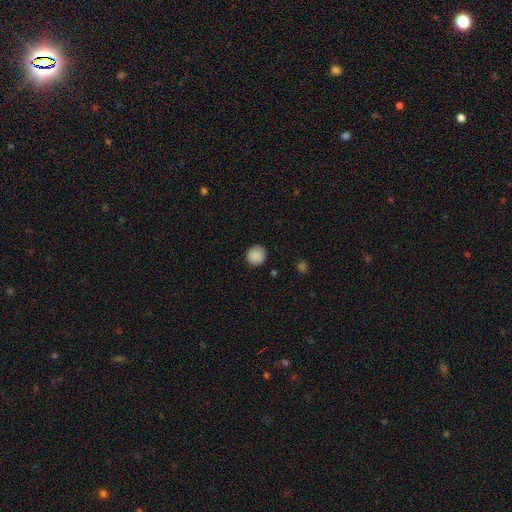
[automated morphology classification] Smooth or featured?
  - smooth: 88% *
  - star or artifact: 9%
  - featured or disk: 3%
How rounded?
  - round: 92% *
  - in between: 7%
  - cigar-shaped: 1%
Merging?
  - none: 89% *
  - minor disturbance: 7%
  - major disturbance: 2%
  - merger: 1%